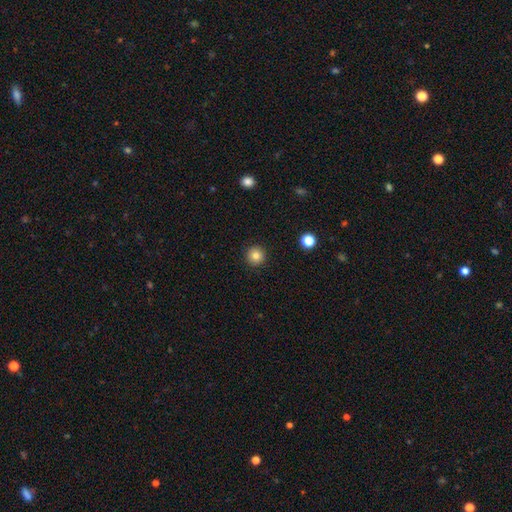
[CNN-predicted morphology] Smooth or featured? Predicted: smooth (p=0.82). How rounded? Predicted: round (p=0.96). Merging? Predicted: none (p=0.93).